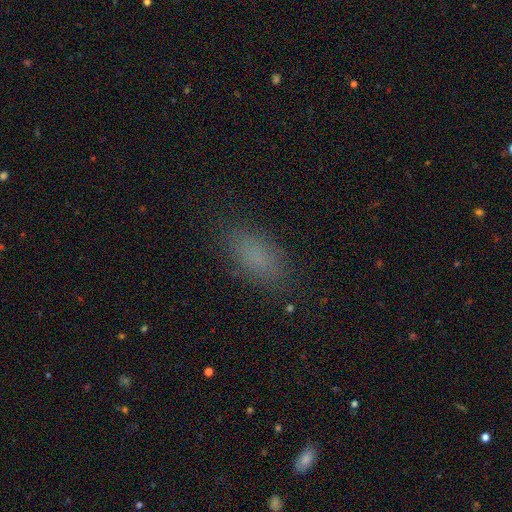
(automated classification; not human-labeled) A smooth galaxy with no disk features (80%) that is in between round and cigar-shaped (86%).

Vote fractions:
- Smooth or featured? smooth: 80% / star or artifact: 13% / featured or disk: 7%
- How rounded? in between: 86% / cigar-shaped: 10% / round: 5%
- Merging? none: 83% / minor disturbance: 12% / major disturbance: 4% / merger: 1%